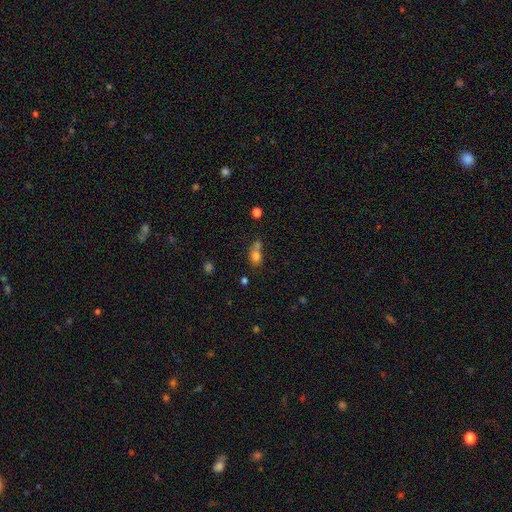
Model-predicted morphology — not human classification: Overall: smooth (75%). How rounded: in between (64%; round 32%). Merging: merger (44%; none 33%).